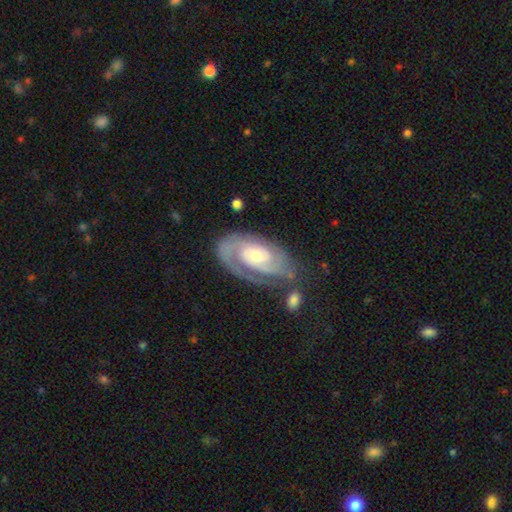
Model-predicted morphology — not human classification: A featured or disk galaxy (86%) with no bar (64%), 2 (56%) tight (63%) spiral arms (96%) and a moderate central bulge (47%).

Vote fractions:
- Smooth or featured? featured or disk: 86% / smooth: 10% / star or artifact: 5%
- Edge-on disk? no: 96% / yes: 4%
- Bar? no: 64% / weak: 29% / strong: 7%
- Spiral arms? yes: 96% / no: 4%
- Spiral winding? tight: 63% / medium: 30% / loose: 7%
- Spiral arm count? 2: 56% / 1: 19% / can't tell: 14% / 3: 7% / 4: 2% / more than 4: 2%
- Bulge size? moderate: 47% / small: 44% / large: 6% / none: 2% / dominant: 1%
- Merging? none: 63% / minor disturbance: 20% / major disturbance: 12% / merger: 5%